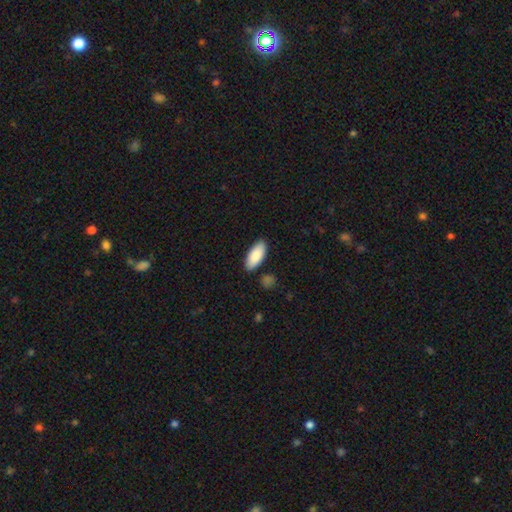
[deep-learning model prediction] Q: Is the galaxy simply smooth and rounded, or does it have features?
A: smooth — 87%.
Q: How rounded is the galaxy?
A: in between — 86%.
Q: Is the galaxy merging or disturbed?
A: none — 86%.